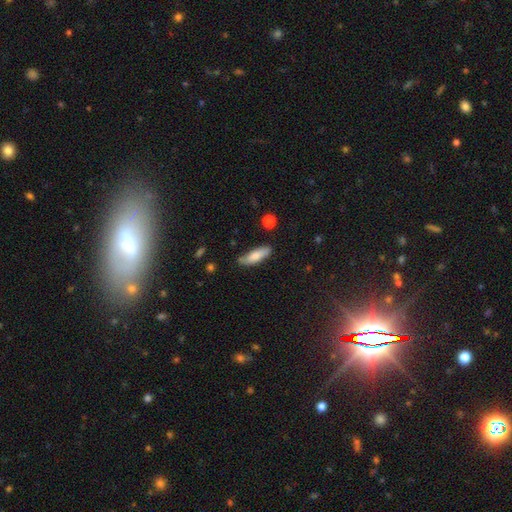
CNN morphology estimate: Smooth or featured: smooth — 78% (featured or disk — 16%)
How rounded: in between — 54% (cigar-shaped — 44%)
Merging: none — 73% (minor disturbance — 21%)